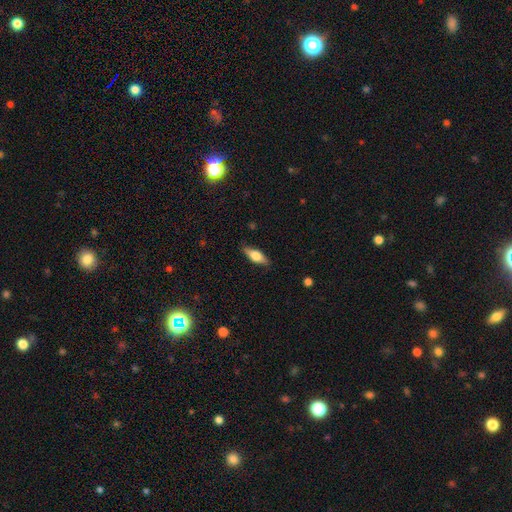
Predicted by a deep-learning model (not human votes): The model was most divided on "smooth or featured": smooth: 56%, featured or disk: 37%, star or artifact: 6%. More confident: merging — none (85%); how rounded — in between (63%).